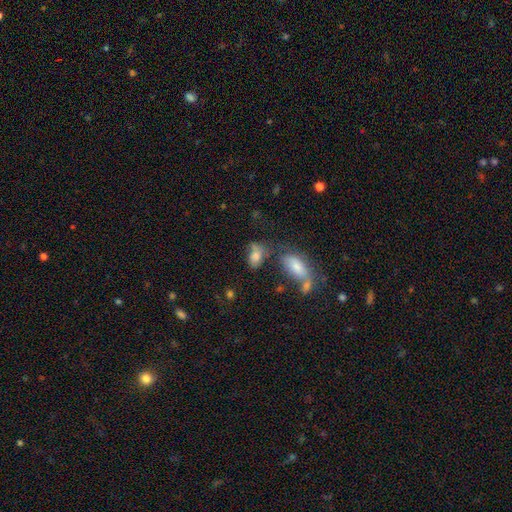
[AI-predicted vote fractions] Overall: smooth (76%). How rounded: in between (85%). Merging: none (38%; merger 28%).